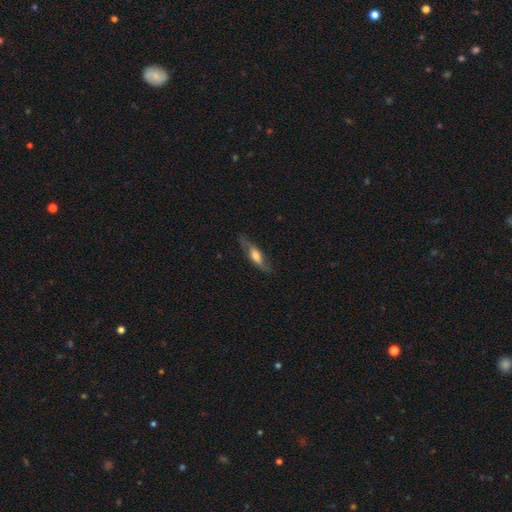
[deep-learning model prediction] Q: Smooth or featured?
A: featured or disk (50%); runner-up: smooth (44%)
Q: Merging?
A: none (74%); runner-up: minor disturbance (19%)